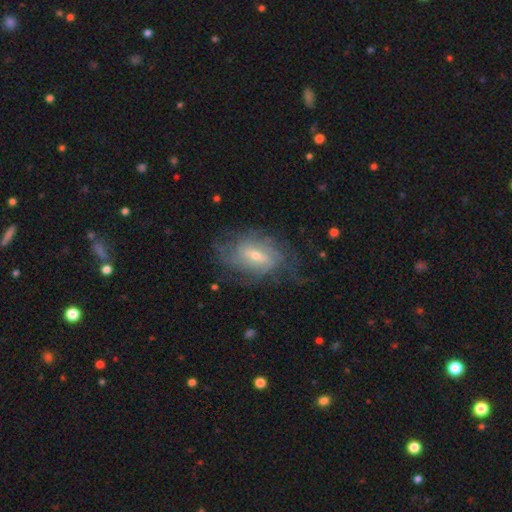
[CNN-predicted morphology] Smooth or featured: featured or disk — 80% (smooth — 13%)
Edge-on disk: no — 94% (yes — 6%)
Bar: weak — 53% (strong — 24%)
Spiral arms: yes — 90% (no — 10%)
Spiral winding: tight — 51% (medium — 34%)
Spiral arm count: can't tell — 47% (2 — 15%)
Bulge size: small — 55% (moderate — 40%)
Merging: none — 67% (minor disturbance — 19%)